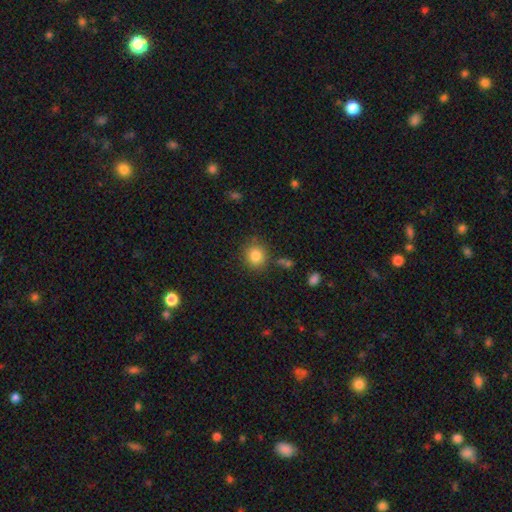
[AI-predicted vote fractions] Smooth or featured: smooth — 83% (star or artifact — 11%)
How rounded: round — 86% (in between — 13%)
Merging: none — 83% (minor disturbance — 10%)